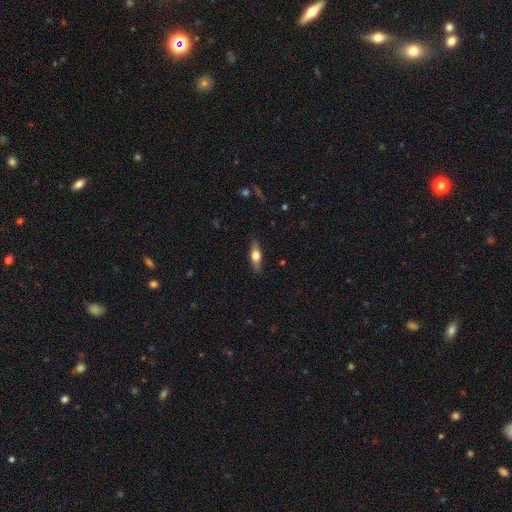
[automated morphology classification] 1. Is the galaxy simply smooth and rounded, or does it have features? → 48% featured or disk, 46% smooth, 6% star or artifact.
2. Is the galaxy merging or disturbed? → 87% none, 10% minor disturbance, 2% major disturbance, 1% merger.